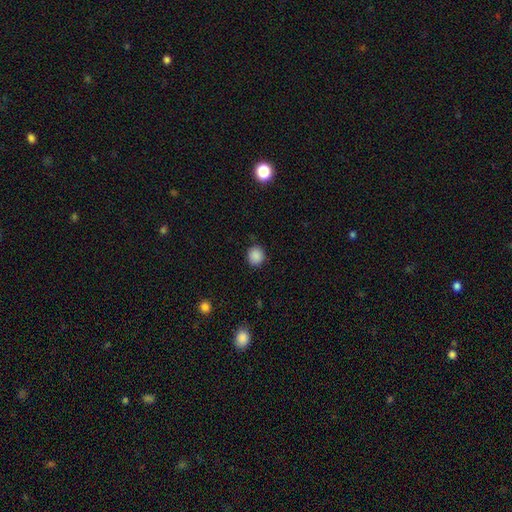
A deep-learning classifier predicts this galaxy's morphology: smooth 87%, star or artifact 10%, featured or disk 3%. Down the decision tree: how rounded — round (83%); merging — none (85%).